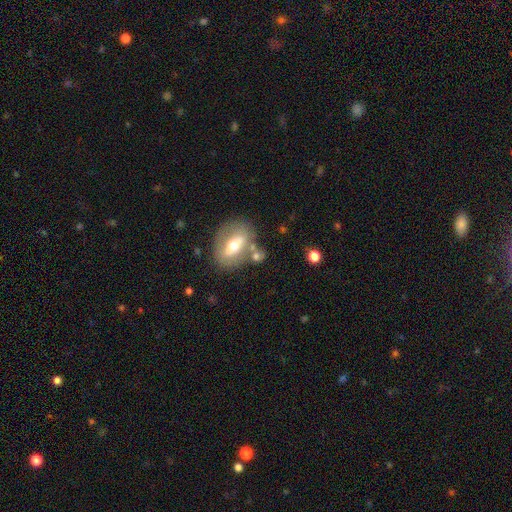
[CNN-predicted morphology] Overall: featured or disk (53%; smooth 39%). Edge-on disk: no (81%). Merging: none (69%).